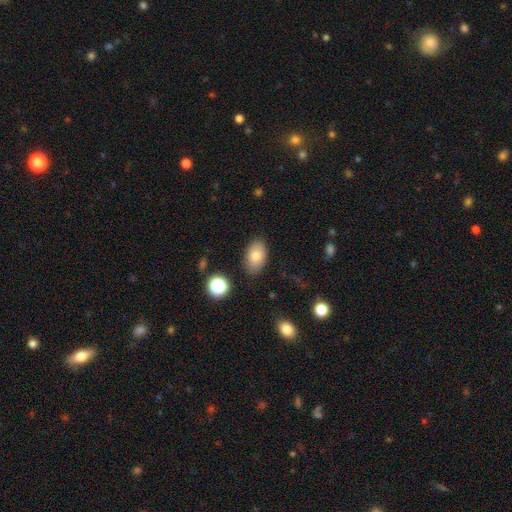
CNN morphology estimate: smooth_or_featured: smooth (p=0.79) [alt: featured or disk p=0.12]
how_rounded: in between (p=0.90) [alt: round p=0.08]
merging: none (p=0.84) [alt: minor disturbance p=0.11]